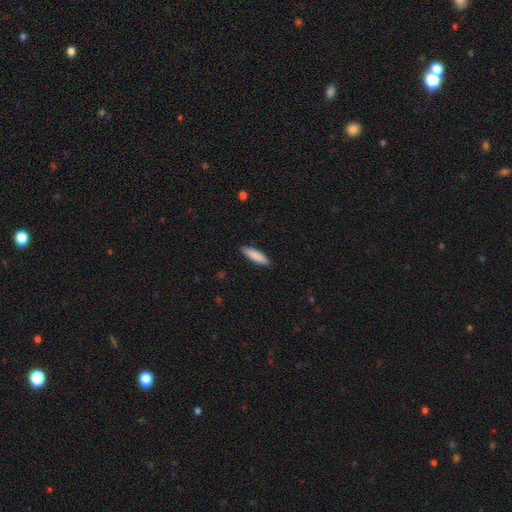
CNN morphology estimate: A smooth galaxy with no disk features (87%) that is cigar-shaped (65%). Merging: none (89%).